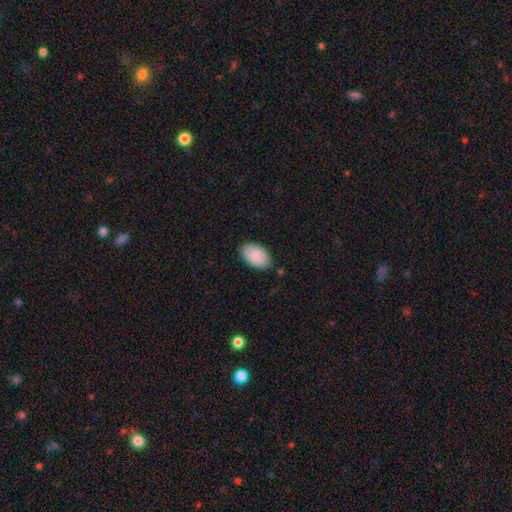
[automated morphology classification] smooth 90%, star or artifact 6%, featured or disk 4%. Down the decision tree: how rounded — in between (94%); merging — none (82%).